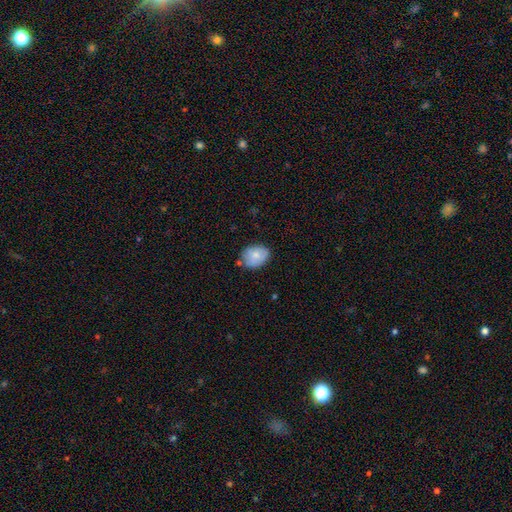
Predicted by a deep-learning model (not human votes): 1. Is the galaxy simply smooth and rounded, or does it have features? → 78% smooth, 15% featured or disk, 7% star or artifact.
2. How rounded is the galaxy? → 61% in between, 38% round, 1% cigar-shaped.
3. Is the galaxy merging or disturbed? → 70% none, 22% minor disturbance, 4% merger, 4% major disturbance.